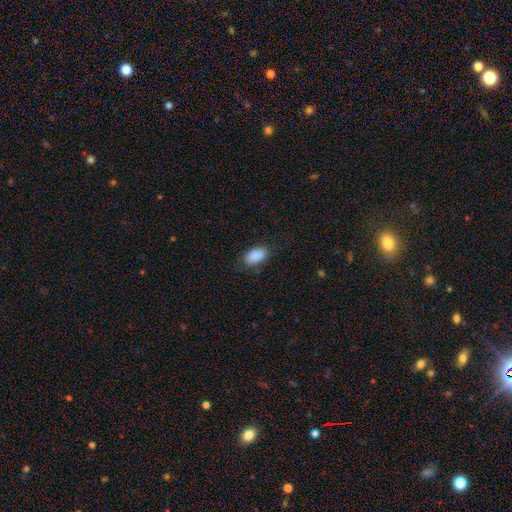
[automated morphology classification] Smooth or featured? Predicted: smooth (p=0.89). How rounded? Predicted: in between (p=0.93). Merging? Predicted: none (p=0.77).